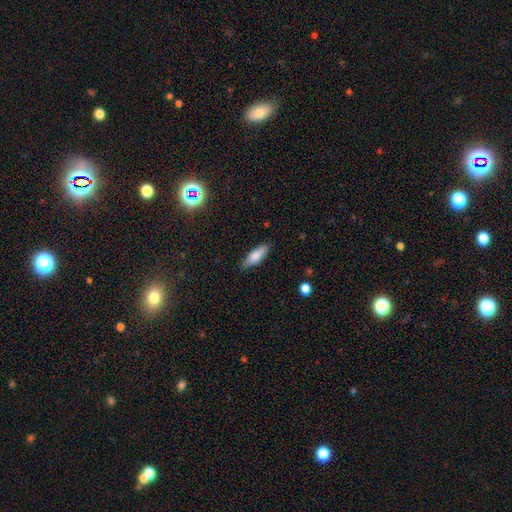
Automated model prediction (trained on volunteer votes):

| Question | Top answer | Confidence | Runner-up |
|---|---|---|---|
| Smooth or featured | smooth | 78% | featured or disk (15%) |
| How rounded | in between | 50% | cigar-shaped (48%) |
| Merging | none | 84% | minor disturbance (13%) |